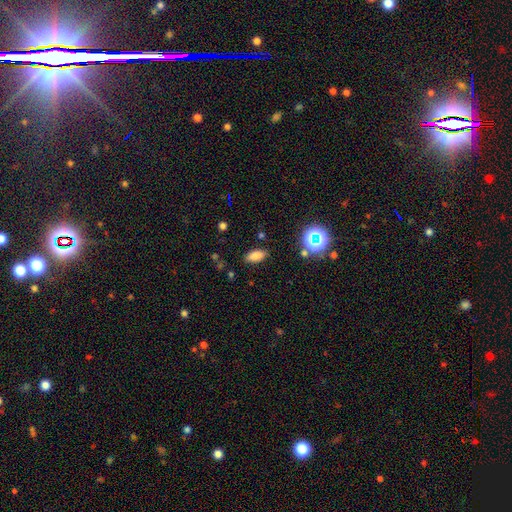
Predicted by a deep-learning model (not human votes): smooth 79%, star or artifact 14%, featured or disk 8%. Down the decision tree: how rounded — in between (86%); merging — none (85%).